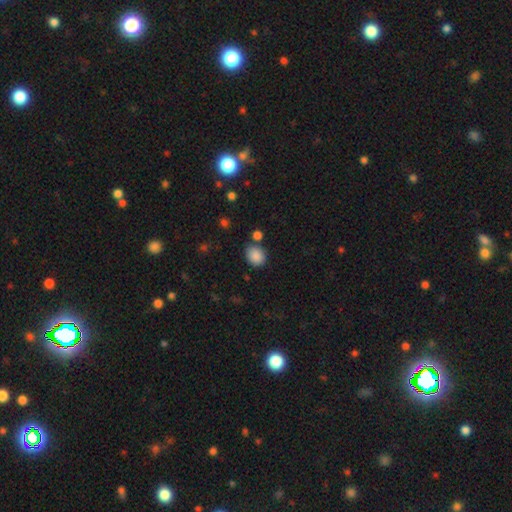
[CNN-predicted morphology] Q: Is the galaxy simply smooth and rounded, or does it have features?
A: smooth — 87%.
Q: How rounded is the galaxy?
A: round — 65%.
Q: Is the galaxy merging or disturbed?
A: none — 73%.